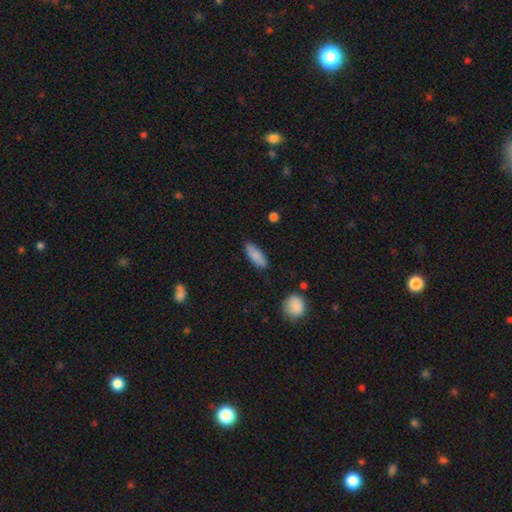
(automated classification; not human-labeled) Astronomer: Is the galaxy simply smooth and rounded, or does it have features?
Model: smooth — 83%.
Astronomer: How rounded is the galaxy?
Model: in between — 64%.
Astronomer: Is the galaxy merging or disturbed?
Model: none — 84%.